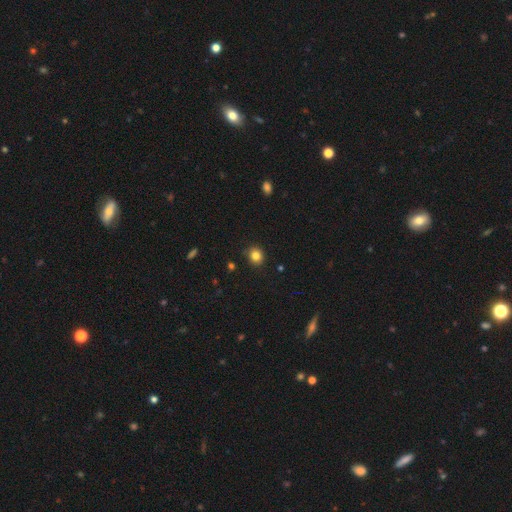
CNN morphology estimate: Smooth or featured? smooth (83%)
How rounded? round (79%)
Merging? none (88%)